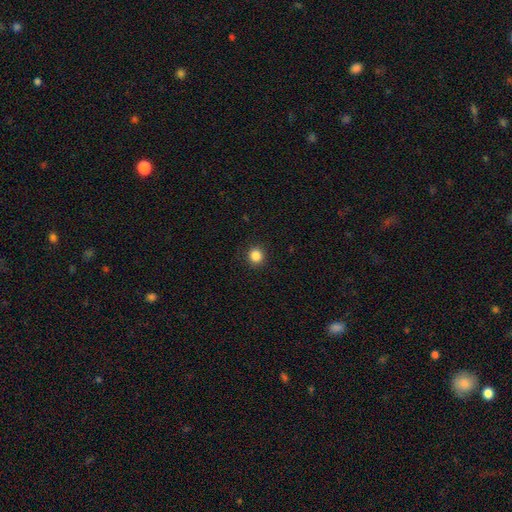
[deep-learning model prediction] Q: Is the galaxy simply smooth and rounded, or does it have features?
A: smooth — 86%.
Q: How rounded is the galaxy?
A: round — 91%.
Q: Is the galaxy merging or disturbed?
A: none — 91%.